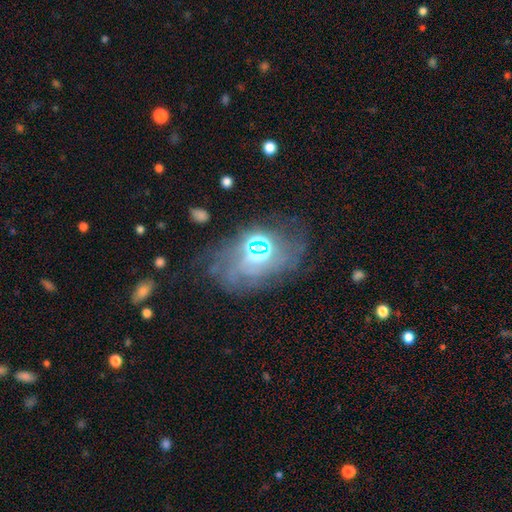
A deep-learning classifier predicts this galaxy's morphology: smooth_or_featured: featured or disk (p=0.69) [alt: star or artifact p=0.17]
disk_edge_on: no (p=0.95) [alt: yes p=0.05]
bar: no (p=0.61) [alt: weak p=0.29]
has_spiral_arms: yes (p=0.80) [alt: no p=0.20]
spiral_winding: tight (p=0.54) [alt: medium p=0.32]
spiral_arm_count: can't tell (p=0.48) [alt: 2 p=0.22]
bulge_size: moderate (p=0.56) [alt: small p=0.26]
merging: none (p=0.58) [alt: minor disturbance p=0.20]